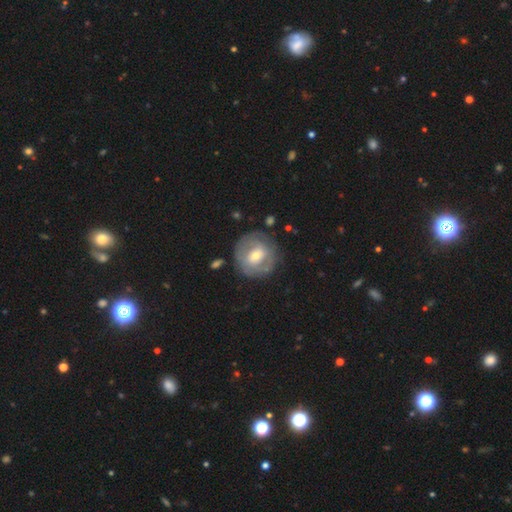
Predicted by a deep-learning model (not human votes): Smooth or featured: featured or disk — 62% (smooth — 32%)
Edge-on disk: no — 96% (yes — 4%)
Bar: weak — 43% (no — 42%)
Spiral arms: yes — 59% (no — 41%)
Bulge size: moderate — 58% (small — 36%)
Merging: none — 77% (minor disturbance — 14%)